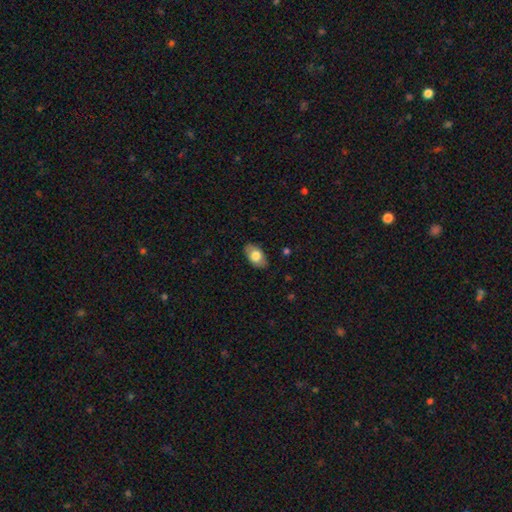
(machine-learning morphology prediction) smooth_or_featured: smooth (p=0.76) [alt: featured or disk p=0.18]
how_rounded: in between (p=0.91) [alt: round p=0.07]
merging: none (p=0.83) [alt: minor disturbance p=0.13]